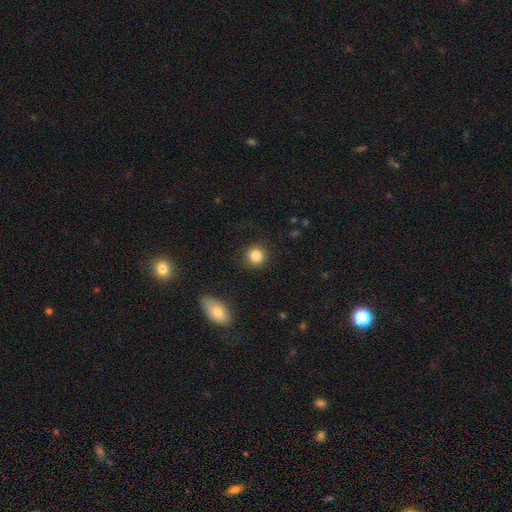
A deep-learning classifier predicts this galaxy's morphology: Smooth or featured? smooth (85%)
How rounded? round (91%)
Merging? none (90%)